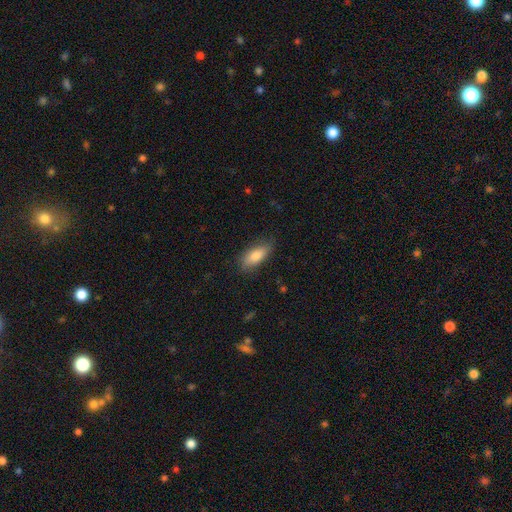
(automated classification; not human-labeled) This appears to be a smooth galaxy with no disk features (80%) that is in between round and cigar-shaped (76%). Merging: none (79%).